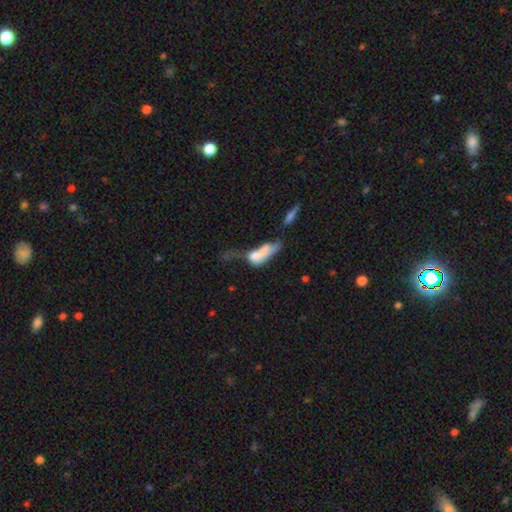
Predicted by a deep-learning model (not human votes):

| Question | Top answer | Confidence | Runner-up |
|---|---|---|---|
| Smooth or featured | smooth | 55% | featured or disk (34%) |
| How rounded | in between | 66% | cigar-shaped (25%) |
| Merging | merger | 49% | major disturbance (30%) |